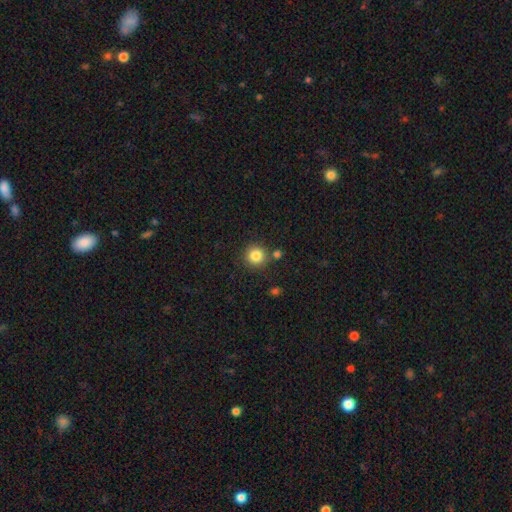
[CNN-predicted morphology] Smooth or featured: smooth — 84% (star or artifact — 11%)
How rounded: round — 94% (in between — 5%)
Merging: none — 82% (minor disturbance — 8%)